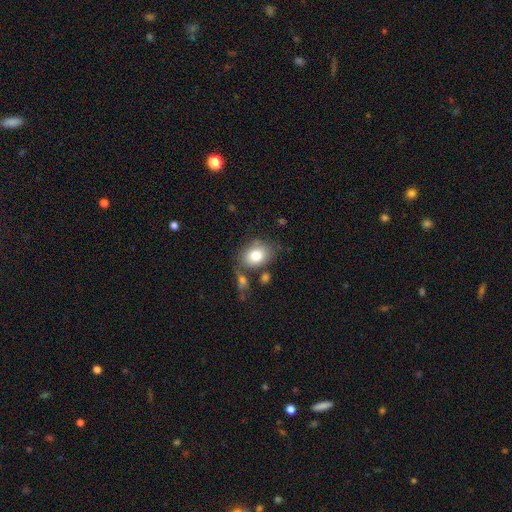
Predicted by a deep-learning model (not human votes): smooth-or-featured: smooth: 79% | featured or disk: 13% | star or artifact: 8%
  how-rounded: in between: 67% | round: 31% | cigar-shaped: 1%
  merging: none: 66% | minor disturbance: 18% | merger: 10% | major disturbance: 6%